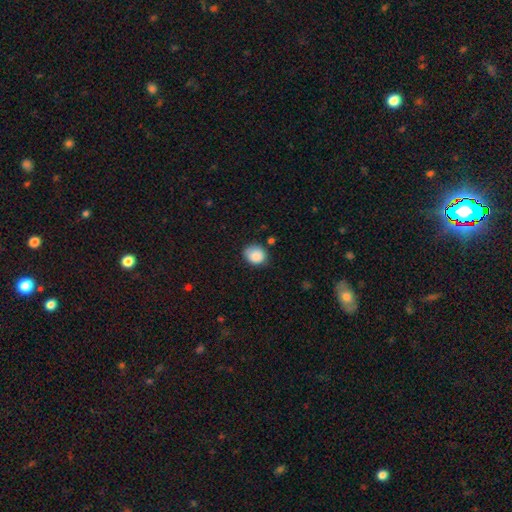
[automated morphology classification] Q: Smooth or featured?
A: smooth (87%); runner-up: star or artifact (8%)
Q: How rounded?
A: round (62%); runner-up: in between (37%)
Q: Merging?
A: none (72%); runner-up: minor disturbance (22%)